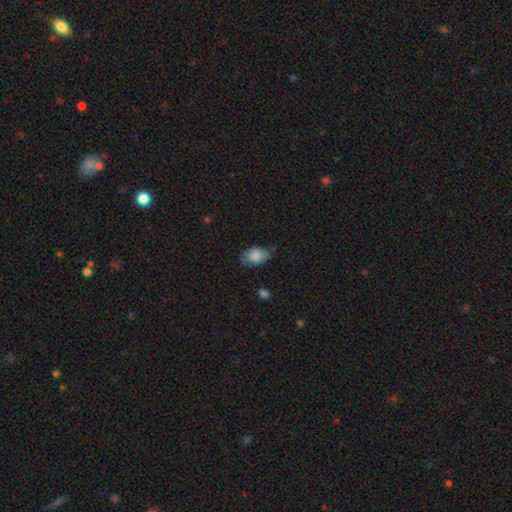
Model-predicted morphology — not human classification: This appears to be a smooth galaxy with no disk features (82%) that is in between round and cigar-shaped (87%). Merging: none (60%).